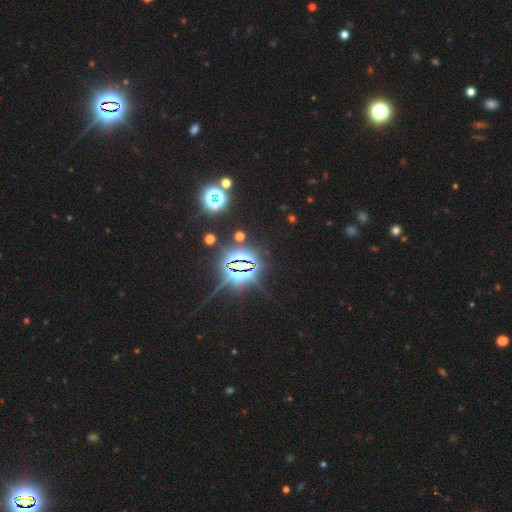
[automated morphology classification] This is clearly a star or artifact rather than a galaxy (84%).